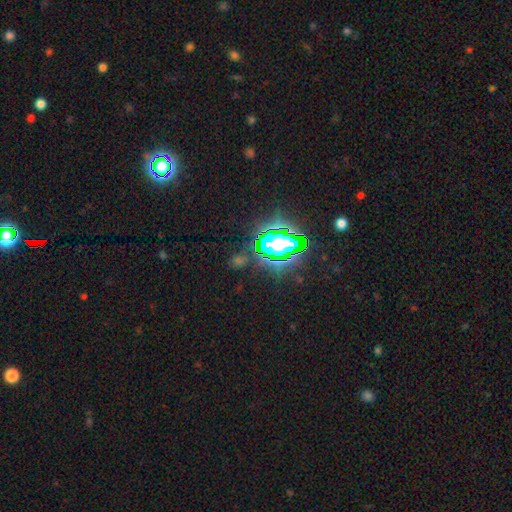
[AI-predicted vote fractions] This is likely a star or artifact rather than a galaxy (79%).